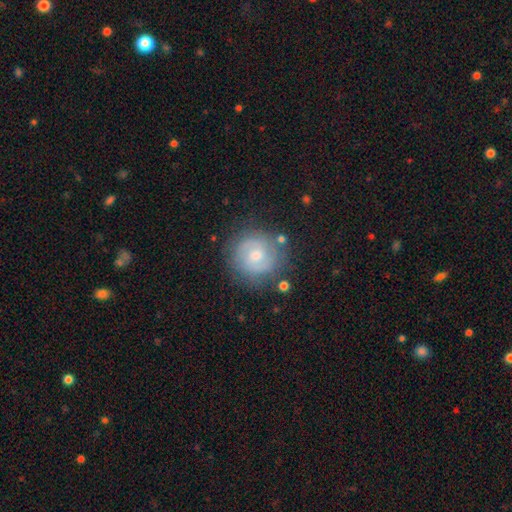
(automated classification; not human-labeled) A featured or disk galaxy (65%) with no bar (48%), 2 (72%) tight (50%) spiral arms (88%) and a moderate central bulge (55%).

Vote fractions:
- Smooth or featured? featured or disk: 65% / smooth: 28% / star or artifact: 8%
- Edge-on disk? no: 98% / yes: 2%
- Bar? no: 48% / weak: 45% / strong: 8%
- Spiral arms? yes: 88% / no: 12%
- Spiral winding? tight: 50% / medium: 38% / loose: 12%
- Spiral arm count? 2: 72% / can't tell: 16% / 3: 5% / 1: 3% / 4: 2% / more than 4: 2%
- Bulge size? moderate: 55% / small: 39% / large: 3% / none: 2% / dominant: 1%
- Merging? none: 78% / minor disturbance: 14% / major disturbance: 5% / merger: 3%